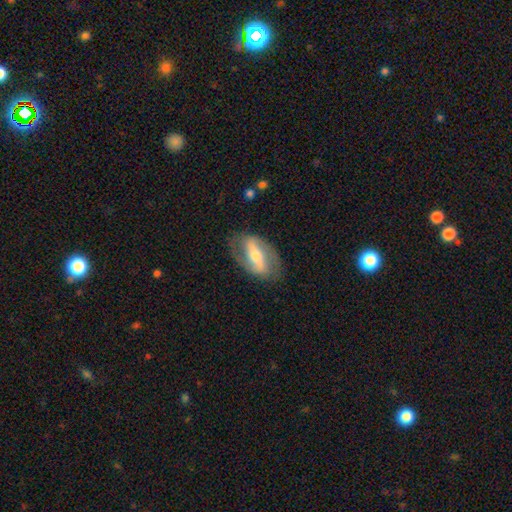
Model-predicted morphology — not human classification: smooth-or-featured: featured or disk: 74% | smooth: 20% | star or artifact: 6%
  disk-edge-on: no: 89% | yes: 11%
    bar: strong: 68% | weak: 21% | no: 11%
    has-spiral-arms: yes: 74% | no: 26%
    bulge-size: moderate: 56% | small: 36% | large: 5% | none: 2% | dominant: 1%
  merging: none: 78% | minor disturbance: 15% | major disturbance: 6% | merger: 1%